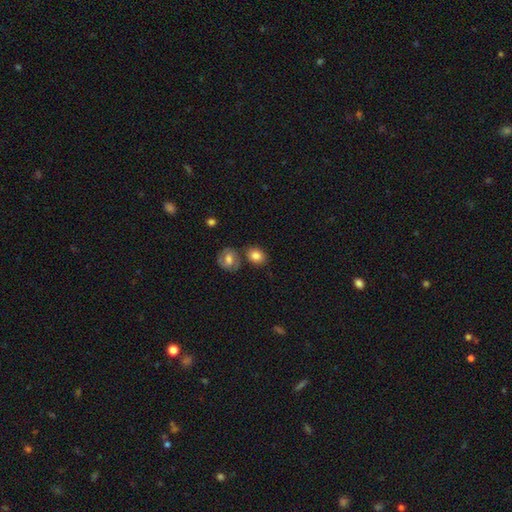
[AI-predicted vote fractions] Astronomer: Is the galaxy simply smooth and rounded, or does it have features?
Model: smooth — 82%.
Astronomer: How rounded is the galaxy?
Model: in between — 50% (runner-up: round, 49%).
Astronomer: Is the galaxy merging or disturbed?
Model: none — 68%.